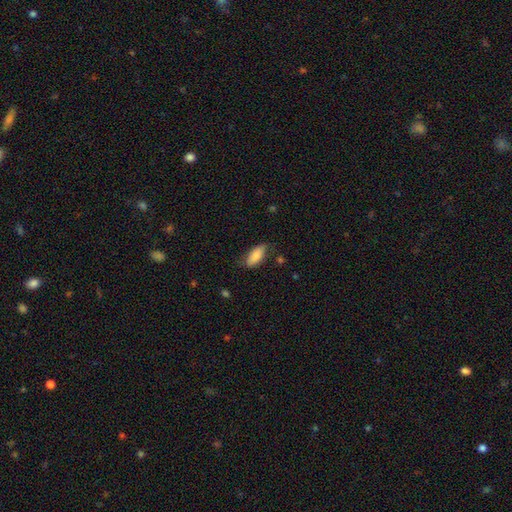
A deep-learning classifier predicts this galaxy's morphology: smooth_or_featured: smooth (p=0.81) [alt: featured or disk p=0.12]
how_rounded: in between (p=0.82) [alt: cigar-shaped p=0.15]
merging: none (p=0.68) [alt: minor disturbance p=0.25]